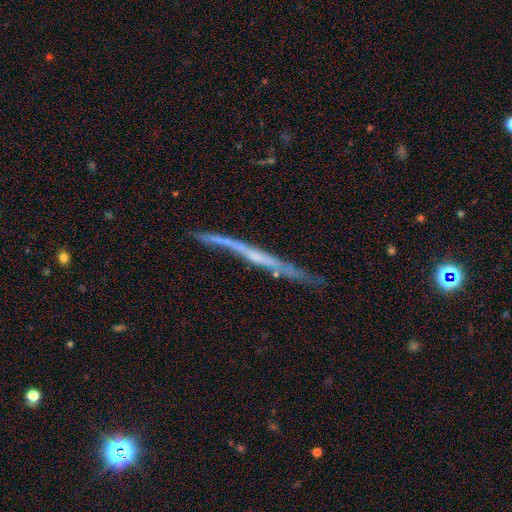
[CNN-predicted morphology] Smooth or featured? Predicted: featured or disk (p=0.72). Edge-on disk? Predicted: yes (p=0.93). Edge-on bulge? Predicted: none (p=0.72). Merging? Predicted: none (p=0.71).